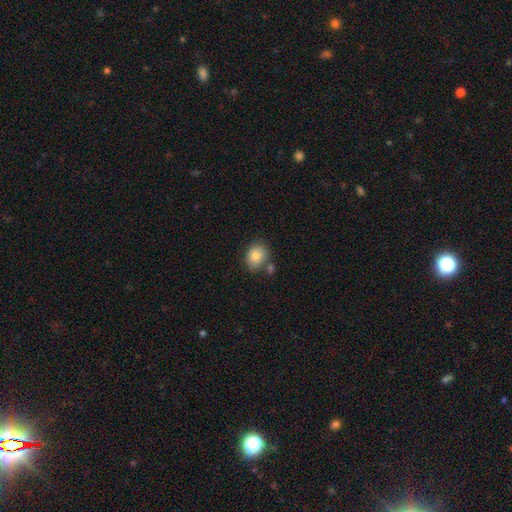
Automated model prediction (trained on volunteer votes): The model was most divided on "how rounded": in between: 55%, round: 44%, cigar-shaped: 1%. More confident: smooth or featured — smooth (83%); merging — none (67%).